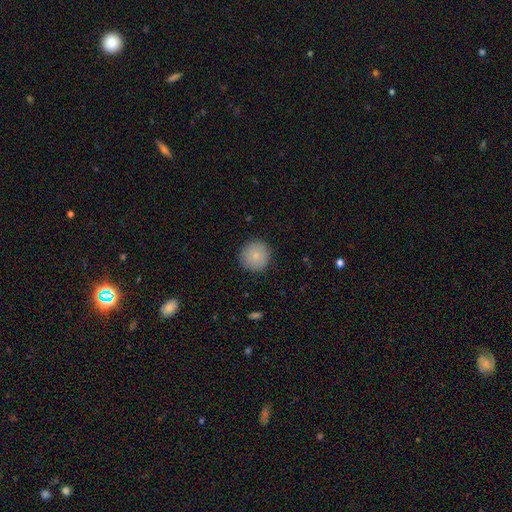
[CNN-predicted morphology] This is clearly a smooth galaxy (83%). How rounded: clearly round (95%). Merging: clearly none (89%).